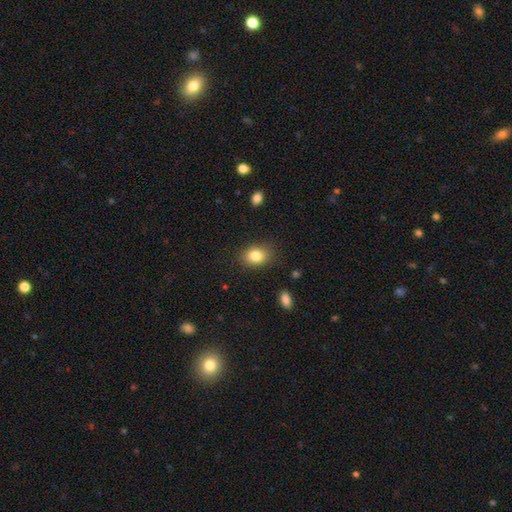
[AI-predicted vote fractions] Q: Smooth or featured?
A: smooth (83%); runner-up: star or artifact (9%)
Q: How rounded?
A: in between (68%); runner-up: round (31%)
Q: Merging?
A: none (84%); runner-up: minor disturbance (11%)